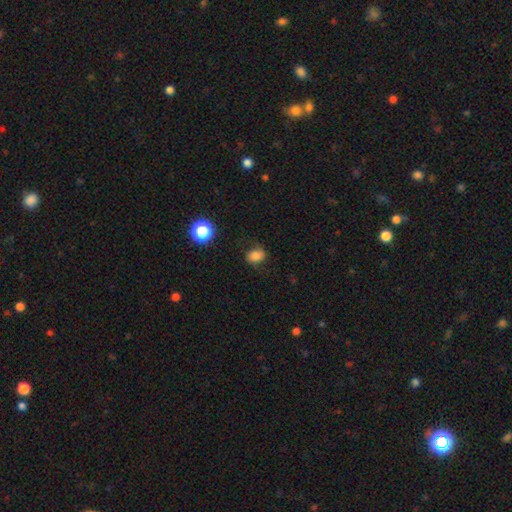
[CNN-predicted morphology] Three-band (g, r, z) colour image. It shows a smooth galaxy with no disk features (76%) that is in between round and cigar-shaped (59%). Merging: none (70%).